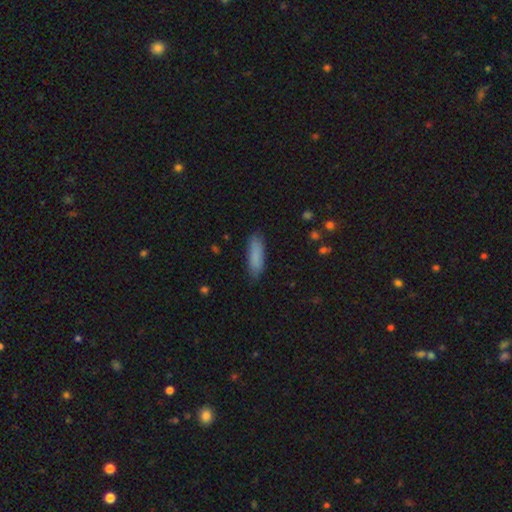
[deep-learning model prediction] smooth-or-featured: smooth: 86% | featured or disk: 8% | star or artifact: 7%
  how-rounded: cigar-shaped: 55% | in between: 44% | round: 2%
  merging: none: 83% | minor disturbance: 13% | major disturbance: 3% | merger: 1%